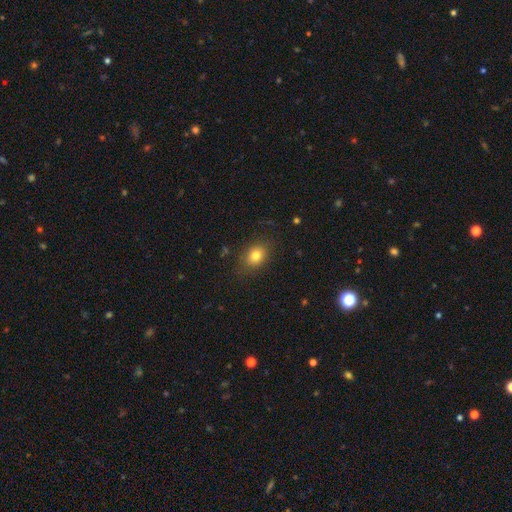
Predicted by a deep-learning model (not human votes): This appears to be a smooth galaxy with no disk features (80%) that is in between round and cigar-shaped (59%). Merging: none (82%).